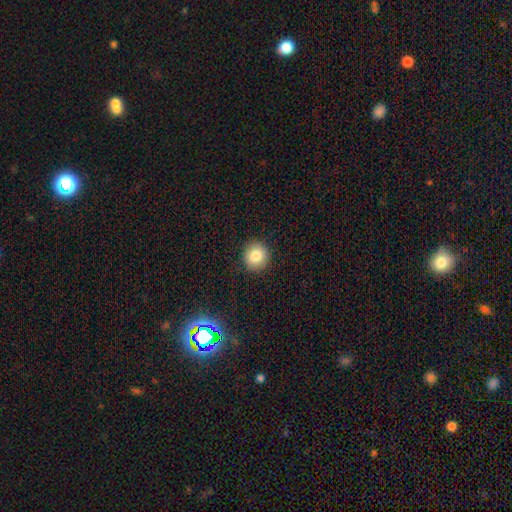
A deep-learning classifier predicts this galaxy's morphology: A smooth galaxy with no disk features (83%) that is round (88%).

Vote fractions:
- Smooth or featured? smooth: 83% / star or artifact: 10% / featured or disk: 8%
- How rounded? round: 88% / in between: 11% / cigar-shaped: 1%
- Merging? none: 90% / minor disturbance: 7% / major disturbance: 2% / merger: 1%